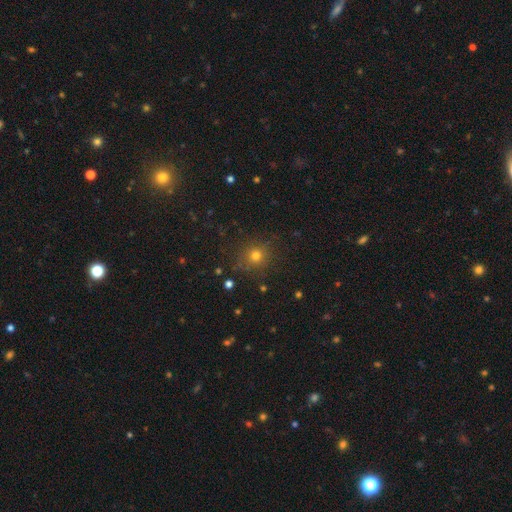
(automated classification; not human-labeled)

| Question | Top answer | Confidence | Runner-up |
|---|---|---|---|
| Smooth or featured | smooth | 74% | star or artifact (19%) |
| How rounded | round | 91% | in between (8%) |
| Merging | none | 85% | minor disturbance (9%) |